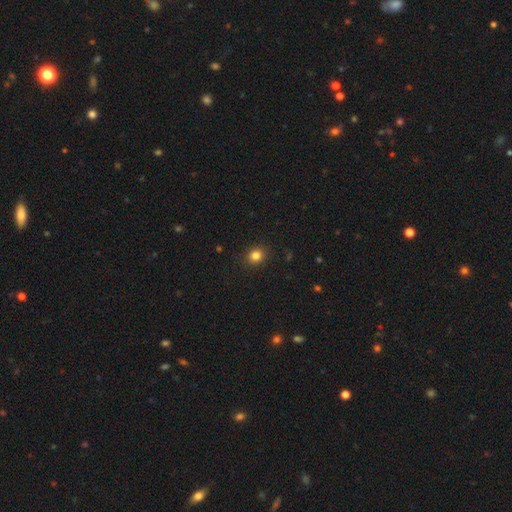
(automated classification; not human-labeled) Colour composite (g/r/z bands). It shows a smooth galaxy with no disk features (83%) that is round (78%). Merging: none (90%).